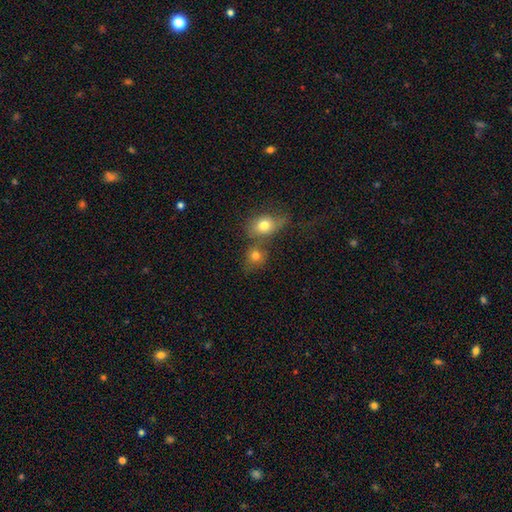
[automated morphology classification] The model was most divided on "merging": merger: 43%, none: 41%, minor disturbance: 10%, major disturbance: 6%. More confident: smooth or featured — smooth (76%); how rounded — round (67%).